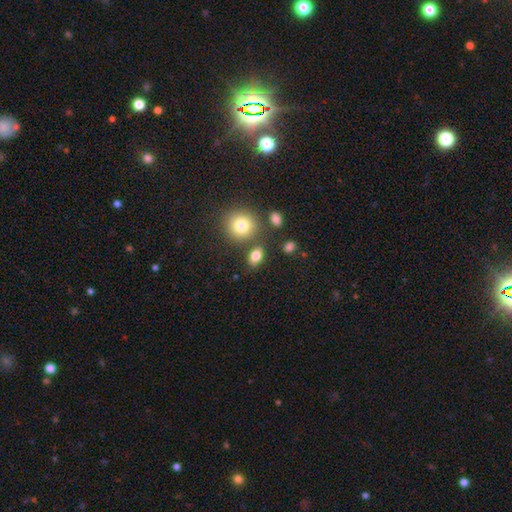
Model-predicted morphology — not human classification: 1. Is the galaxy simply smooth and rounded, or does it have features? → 81% smooth, 11% star or artifact, 8% featured or disk.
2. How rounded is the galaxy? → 70% in between, 27% round, 2% cigar-shaped.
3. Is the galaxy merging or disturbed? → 74% none, 11% minor disturbance, 11% merger, 4% major disturbance.